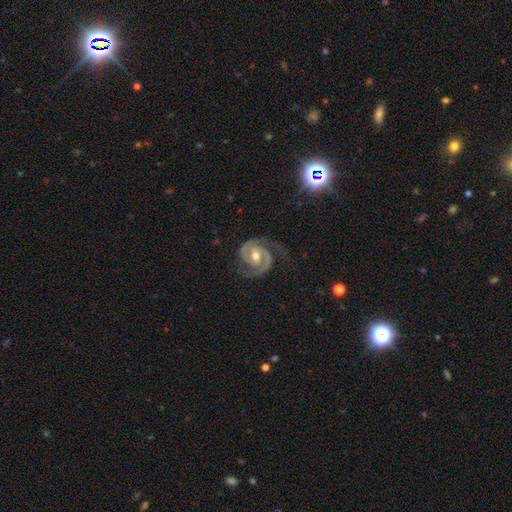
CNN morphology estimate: Smooth or featured?
  - featured or disk: 91% *
  - star or artifact: 5%
  - smooth: 4%
Edge-on disk?
  - no: 98% *
  - yes: 2%
Bar?
  - no: 45% *
  - weak: 40%
  - strong: 15%
Spiral arms?
  - yes: 98% *
  - no: 2%
Spiral winding?
  - medium: 46% *
  - tight: 45%
  - loose: 9%
Spiral arm count?
  - 2: 91% *
  - can't tell: 3%
  - 1: 2%
  - 3: 2%
  - 4: 1%
  - more than 4: 1%
Bulge size?
  - moderate: 74% *
  - small: 19%
  - large: 5%
  - none: 1%
  - dominant: 1%
Merging?
  - none: 74% *
  - minor disturbance: 16%
  - major disturbance: 8%
  - merger: 1%